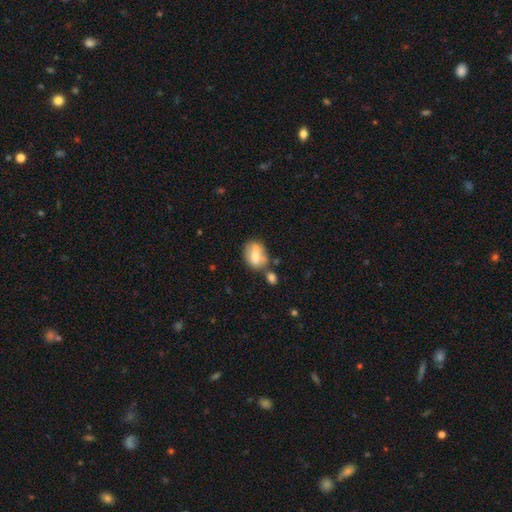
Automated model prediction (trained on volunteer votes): This is likely a smooth galaxy (62%). How rounded: likely in between (68%). Merging: possibly none (51%).